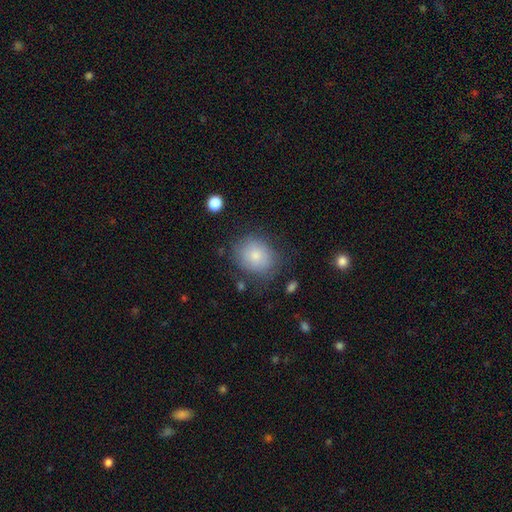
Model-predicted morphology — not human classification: type=smooth (77%); roundness=round (63%); merging=none (71%).